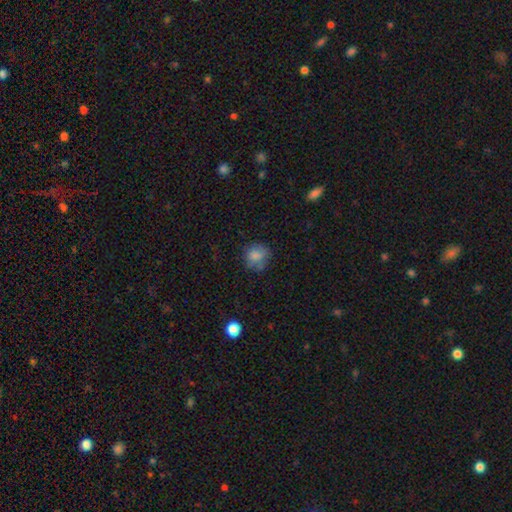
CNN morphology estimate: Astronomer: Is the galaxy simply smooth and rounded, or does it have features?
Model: smooth — 80%.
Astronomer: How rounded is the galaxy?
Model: round — 79%.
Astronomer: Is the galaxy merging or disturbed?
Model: none — 66%.